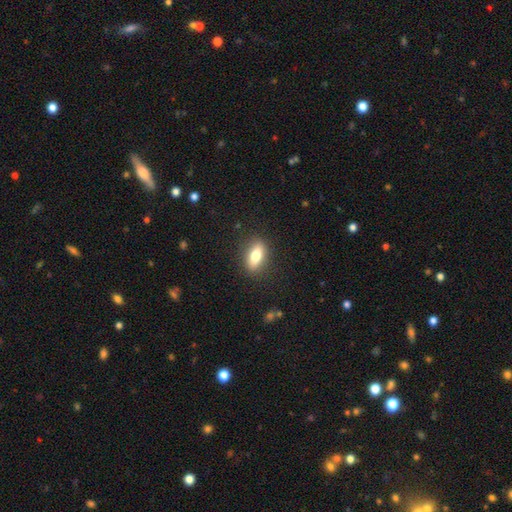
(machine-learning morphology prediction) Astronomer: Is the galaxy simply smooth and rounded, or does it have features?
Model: smooth — 73%.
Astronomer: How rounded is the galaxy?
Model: in between — 75%.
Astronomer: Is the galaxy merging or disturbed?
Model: none — 86%.